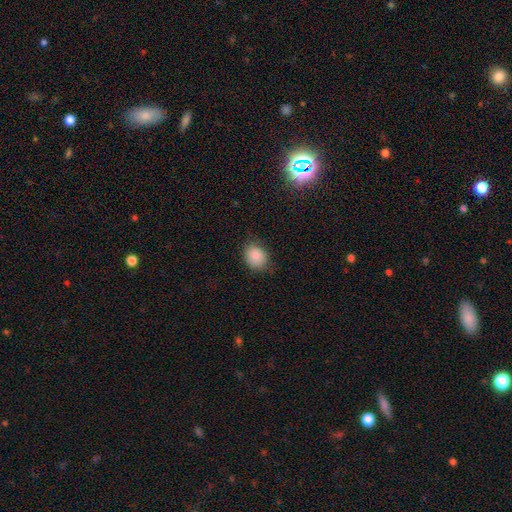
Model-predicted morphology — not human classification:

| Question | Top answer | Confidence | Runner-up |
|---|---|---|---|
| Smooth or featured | smooth | 86% | star or artifact (9%) |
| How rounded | in between | 50% | round (49%) |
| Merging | none | 77% | minor disturbance (18%) |